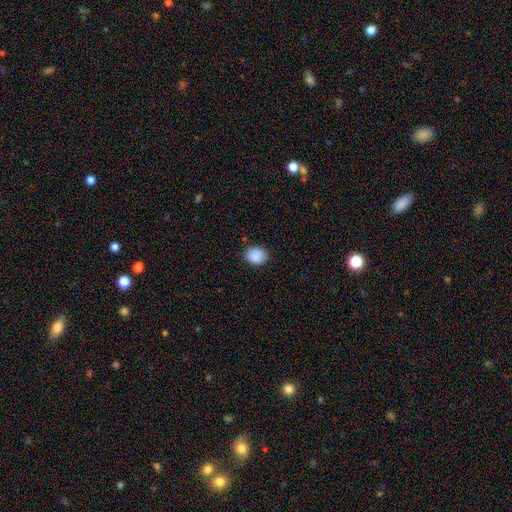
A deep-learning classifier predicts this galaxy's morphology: A smooth galaxy with no disk features (88%) that is round (50%).

Vote fractions:
- Smooth or featured? smooth: 88% / star or artifact: 8% / featured or disk: 5%
- How rounded? round: 50% / in between: 49% / cigar-shaped: 1%
- Merging? none: 83% / minor disturbance: 13% / major disturbance: 3% / merger: 1%